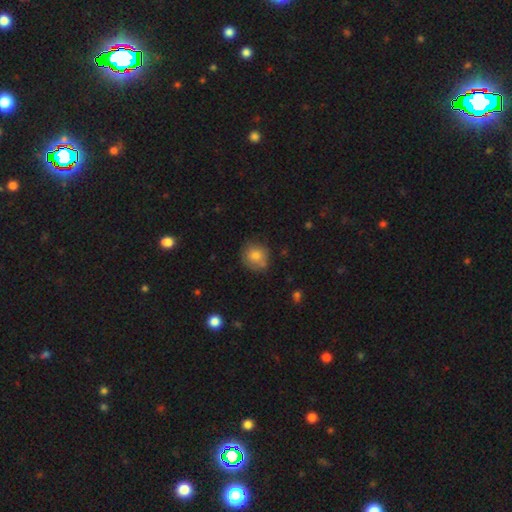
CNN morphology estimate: Smooth or featured: smooth — 79% (featured or disk — 11%)
How rounded: round — 84% (in between — 15%)
Merging: none — 73% (minor disturbance — 19%)